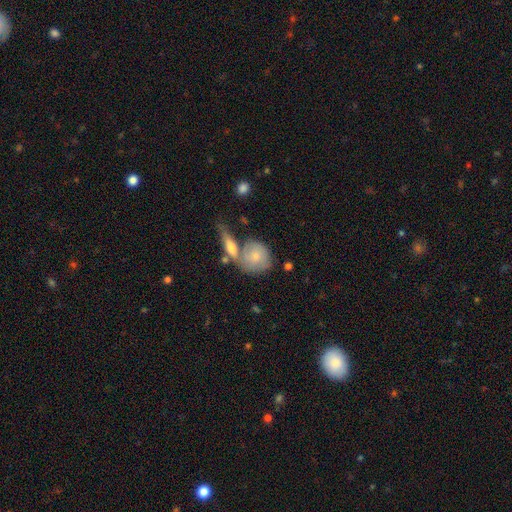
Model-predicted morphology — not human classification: Q: Smooth or featured?
A: smooth (62%); runner-up: featured or disk (31%)
Q: How rounded?
A: round (76%); runner-up: in between (21%)
Q: Merging?
A: none (43%); runner-up: merger (36%)